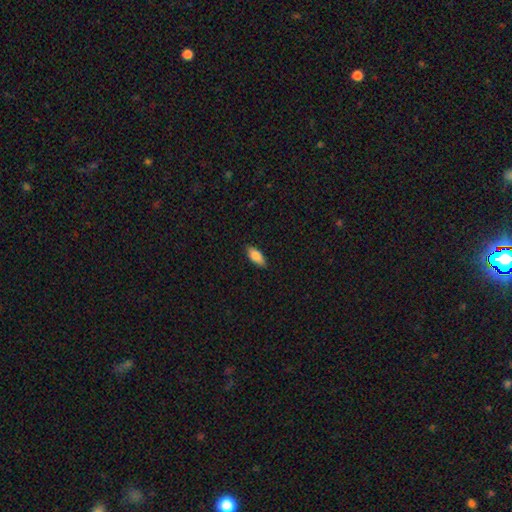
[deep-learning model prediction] smooth-or-featured: smooth: 85% | featured or disk: 9% | star or artifact: 6%
  how-rounded: in between: 84% | cigar-shaped: 14% | round: 2%
  merging: none: 87% | minor disturbance: 10% | major disturbance: 2% | merger: 1%